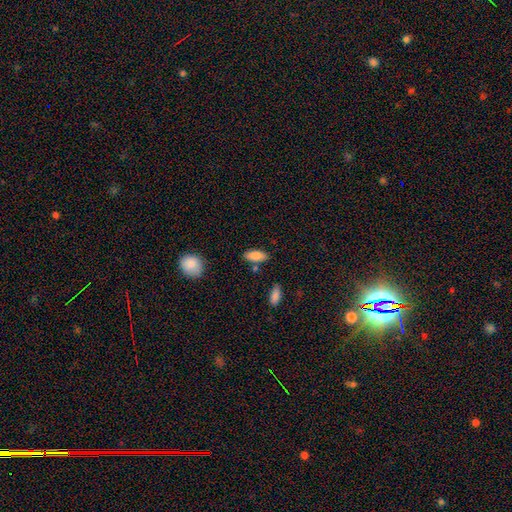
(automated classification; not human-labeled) A smooth galaxy with no disk features (83%) that is in between round and cigar-shaped (83%). Merging: none (79%).